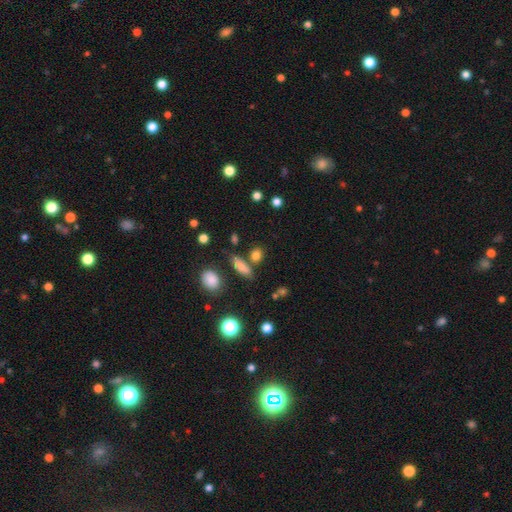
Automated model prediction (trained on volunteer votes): Smooth or featured?
  - smooth: 80% *
  - star or artifact: 13%
  - featured or disk: 7%
How rounded?
  - round: 45% *
  - in between: 44%
  - cigar-shaped: 10%
Merging?
  - none: 70% *
  - merger: 14%
  - minor disturbance: 12%
  - major disturbance: 4%